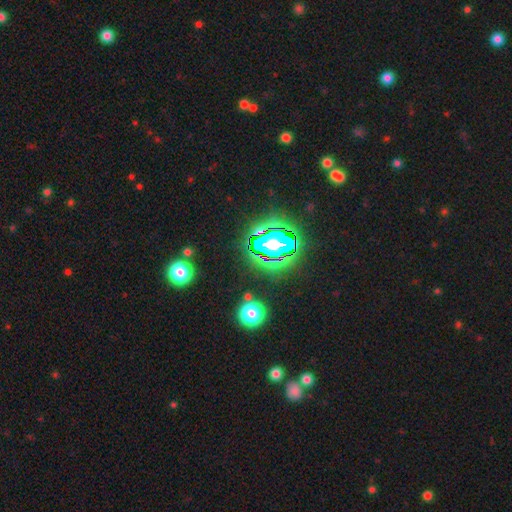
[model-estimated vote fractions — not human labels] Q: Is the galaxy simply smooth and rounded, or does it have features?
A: star or artifact — 67%.